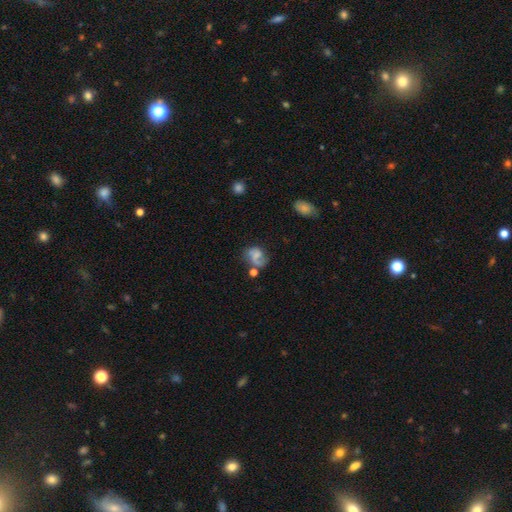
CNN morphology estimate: The model was most divided on "smooth or featured": featured or disk: 50%, smooth: 39%, star or artifact: 11%. Remaining: merging — none (42%).